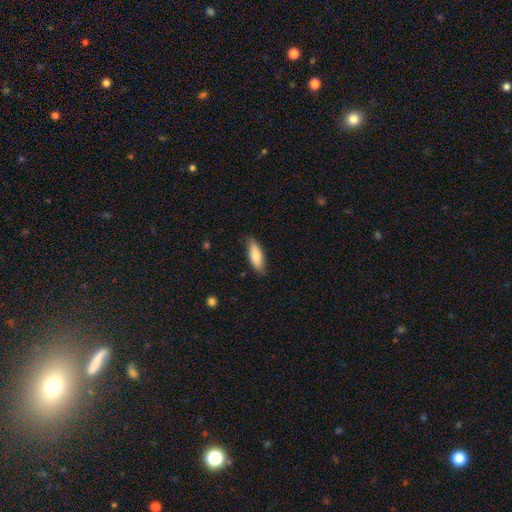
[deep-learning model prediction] Smooth or featured: smooth — 80% (featured or disk — 15%)
How rounded: in between — 62% (cigar-shaped — 36%)
Merging: none — 80% (minor disturbance — 16%)